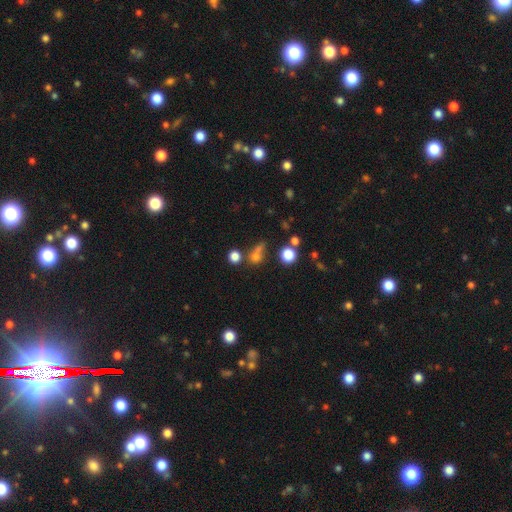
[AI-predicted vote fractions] Smooth or featured? smooth (69%)
How rounded? round (80%)
Merging? none (50%)